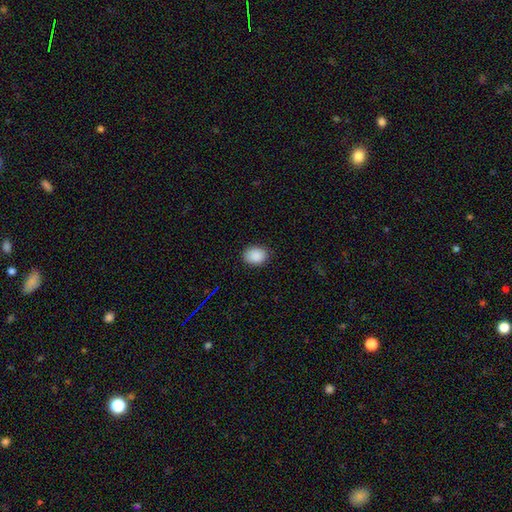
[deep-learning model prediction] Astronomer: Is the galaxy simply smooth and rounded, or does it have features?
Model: smooth — 89%.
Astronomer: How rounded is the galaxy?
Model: in between — 56% (runner-up: round, 43%).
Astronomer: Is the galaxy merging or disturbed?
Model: none — 87%.